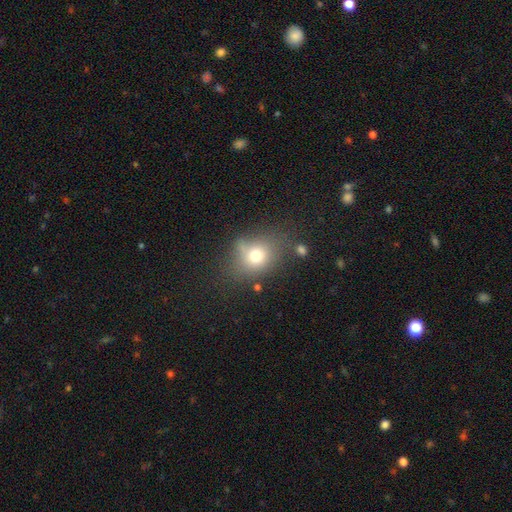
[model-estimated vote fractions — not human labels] Smooth or featured?
  - smooth: 70% *
  - featured or disk: 15%
  - star or artifact: 15%
How rounded?
  - round: 55% *
  - in between: 43%
  - cigar-shaped: 1%
Merging?
  - none: 55% *
  - minor disturbance: 24%
  - major disturbance: 14%
  - merger: 7%